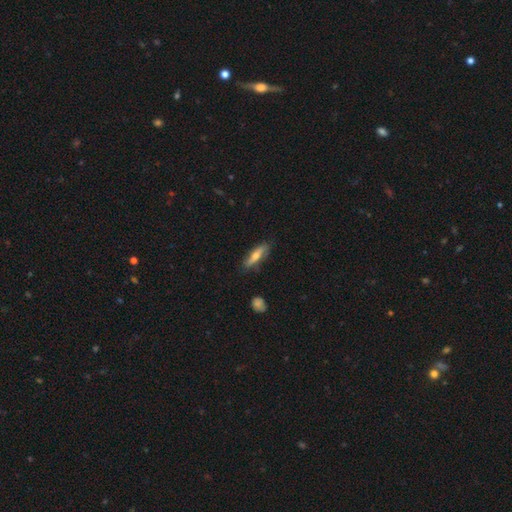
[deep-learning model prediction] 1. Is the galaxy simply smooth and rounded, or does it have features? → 54% smooth, 40% featured or disk, 6% star or artifact.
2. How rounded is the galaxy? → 67% cigar-shaped, 30% in between, 3% round.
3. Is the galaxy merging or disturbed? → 80% none, 15% minor disturbance, 3% major disturbance, 2% merger.